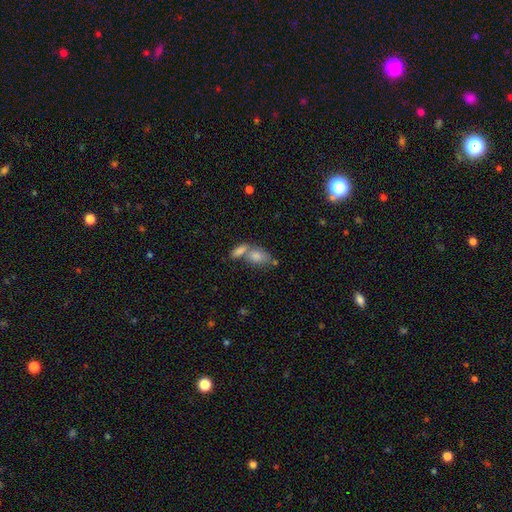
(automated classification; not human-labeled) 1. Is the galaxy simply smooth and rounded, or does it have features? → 68% smooth, 17% featured or disk, 15% star or artifact.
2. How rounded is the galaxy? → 76% in between, 19% round, 6% cigar-shaped.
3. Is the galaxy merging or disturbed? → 50% merger, 35% none, 10% minor disturbance, 5% major disturbance.